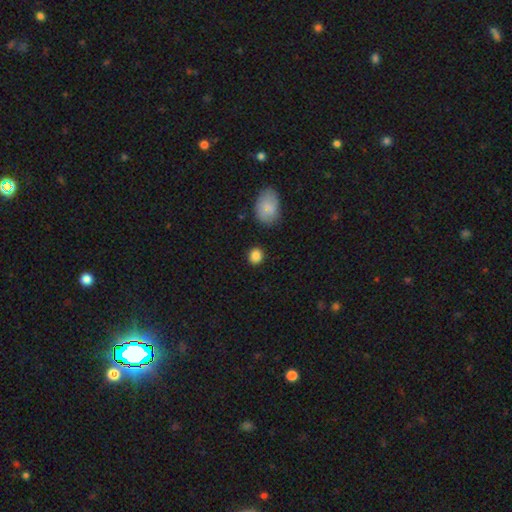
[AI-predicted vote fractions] The model was most divided on "how rounded": round: 82%, in between: 17%, cigar-shaped: 1%. More confident: merging — none (88%); smooth or featured — smooth (87%).